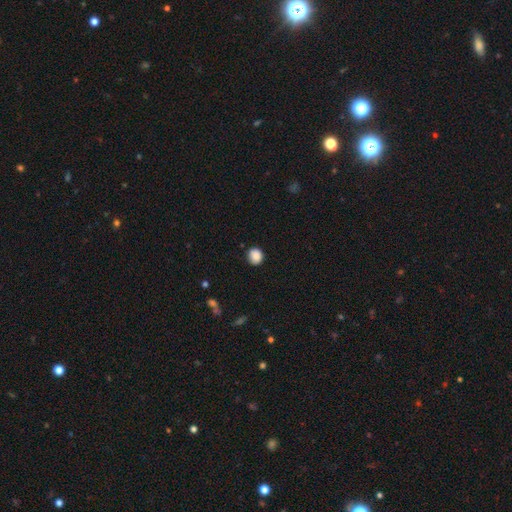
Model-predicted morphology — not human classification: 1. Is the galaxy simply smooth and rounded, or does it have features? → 88% smooth, 9% star or artifact, 3% featured or disk.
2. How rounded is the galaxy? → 81% round, 18% in between, 1% cigar-shaped.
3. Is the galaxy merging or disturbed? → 87% none, 10% minor disturbance, 2% major disturbance, 1% merger.